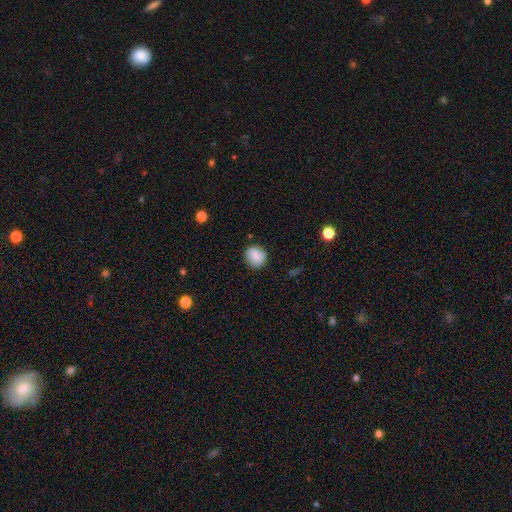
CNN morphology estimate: Smooth or featured?
  - smooth: 85% *
  - star or artifact: 8%
  - featured or disk: 7%
How rounded?
  - round: 86% *
  - in between: 13%
  - cigar-shaped: 1%
Merging?
  - none: 86% *
  - minor disturbance: 10%
  - major disturbance: 3%
  - merger: 1%